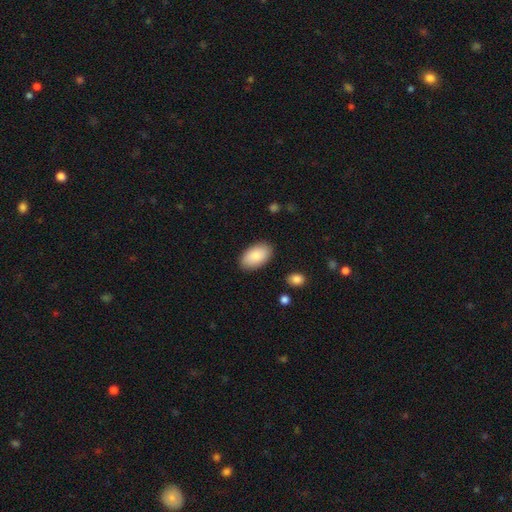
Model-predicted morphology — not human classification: smooth_or_featured: smooth (p=0.86) [alt: featured or disk p=0.08]
how_rounded: in between (p=0.95) [alt: round p=0.04]
merging: none (p=0.87) [alt: minor disturbance p=0.10]